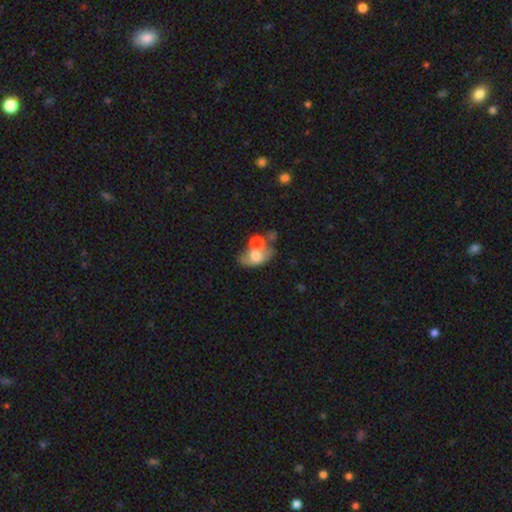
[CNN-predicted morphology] The model was most divided on "smooth or featured": smooth: 55%, featured or disk: 34%, star or artifact: 11%. More confident: how rounded — in between (79%); merging — merger (50%).